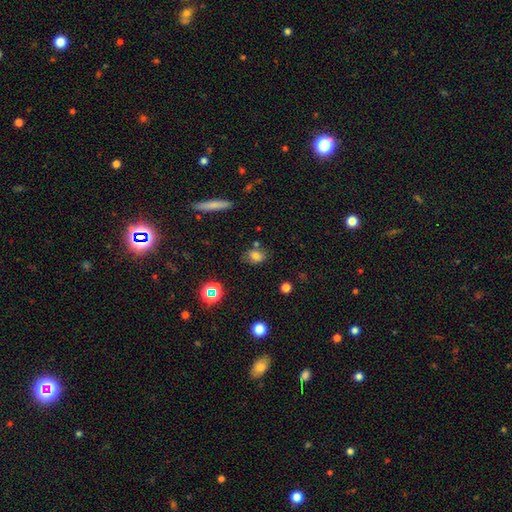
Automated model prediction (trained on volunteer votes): smooth 70%, star or artifact 18%, featured or disk 12%. Down the decision tree: how rounded — in between (70%); merging — none (69%).